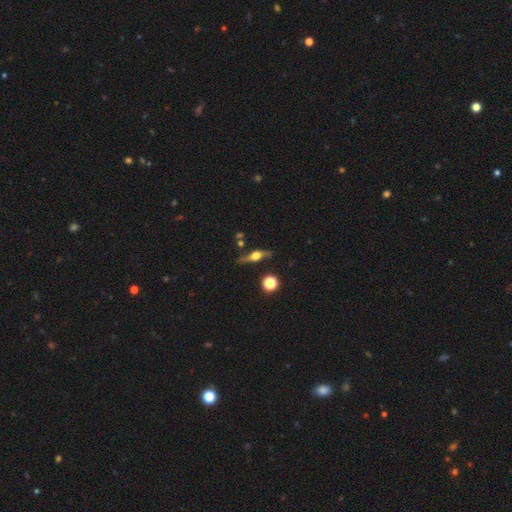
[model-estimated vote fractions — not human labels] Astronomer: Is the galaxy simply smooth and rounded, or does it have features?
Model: featured or disk — 68%.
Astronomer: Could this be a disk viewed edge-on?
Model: yes — 87%.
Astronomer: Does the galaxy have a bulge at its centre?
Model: rounded — 95%.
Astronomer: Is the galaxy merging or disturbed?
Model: none — 75%.